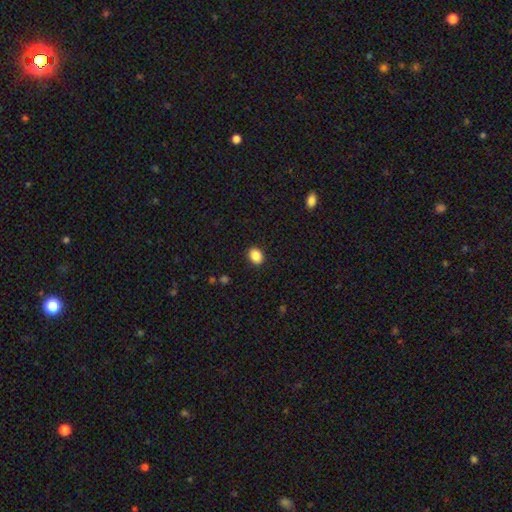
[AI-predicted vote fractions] This appears to be a smooth galaxy with no disk features (89%) that is in between round and cigar-shaped (58%). Merging: none (90%).